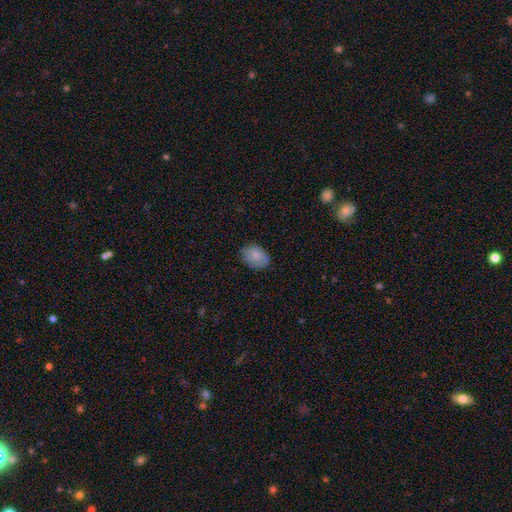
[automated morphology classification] This is clearly a smooth galaxy (80%). How rounded: likely in between (78%). Merging: likely none (77%).